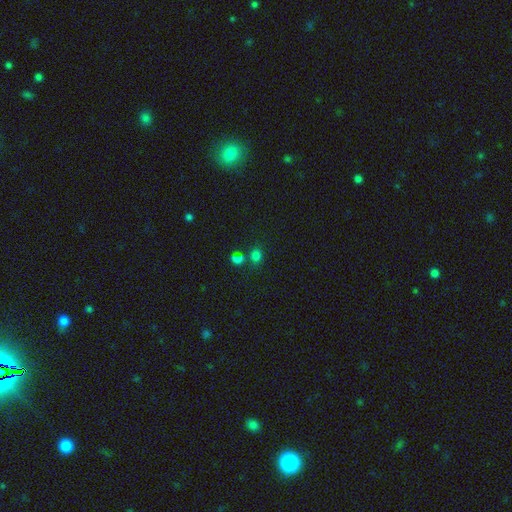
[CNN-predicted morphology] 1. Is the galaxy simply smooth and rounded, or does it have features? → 75% smooth, 20% star or artifact, 6% featured or disk.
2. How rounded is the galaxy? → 67% round, 32% in between, 1% cigar-shaped.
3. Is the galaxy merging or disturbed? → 61% none, 25% merger, 10% minor disturbance, 4% major disturbance.